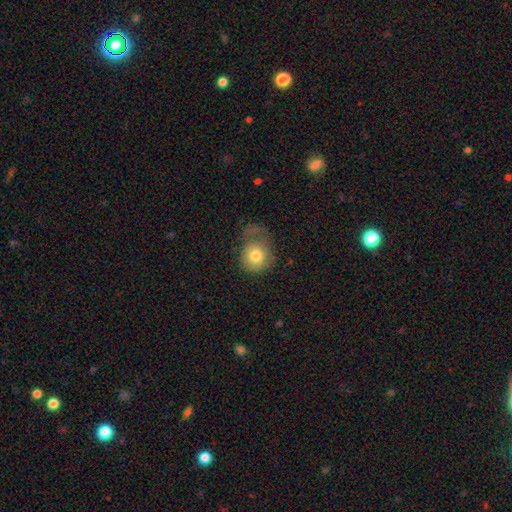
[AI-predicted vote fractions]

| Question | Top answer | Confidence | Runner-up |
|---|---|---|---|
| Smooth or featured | smooth | 77% | featured or disk (14%) |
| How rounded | round | 75% | in between (24%) |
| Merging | major disturbance | 35% | none (32%) |